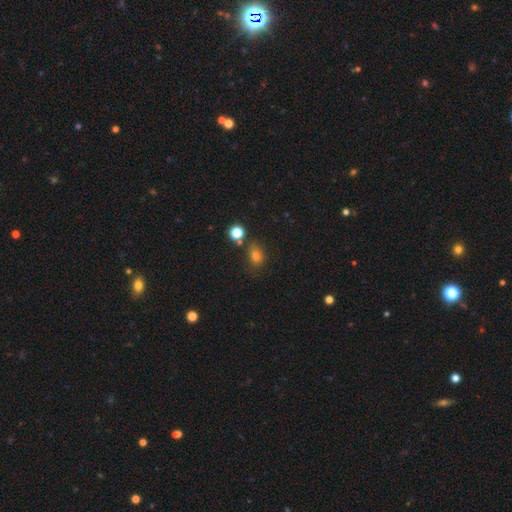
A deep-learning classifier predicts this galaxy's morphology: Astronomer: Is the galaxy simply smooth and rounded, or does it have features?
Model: smooth — 72%.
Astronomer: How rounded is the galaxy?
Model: in between — 58% (runner-up: round, 40%).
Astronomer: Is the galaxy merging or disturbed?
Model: none — 71%.